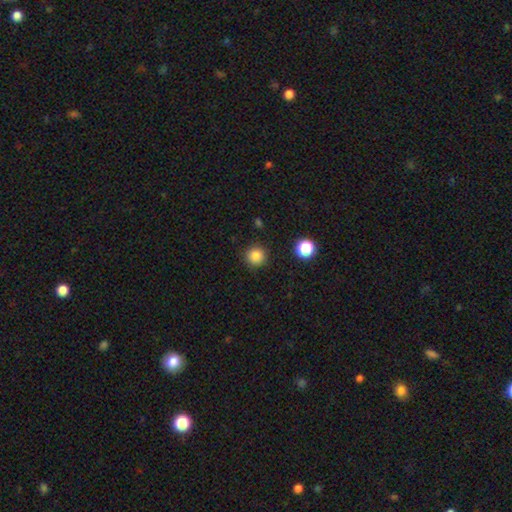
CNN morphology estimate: smooth 84%, star or artifact 12%, featured or disk 4%. Down the decision tree: how rounded — round (95%); merging — none (90%).